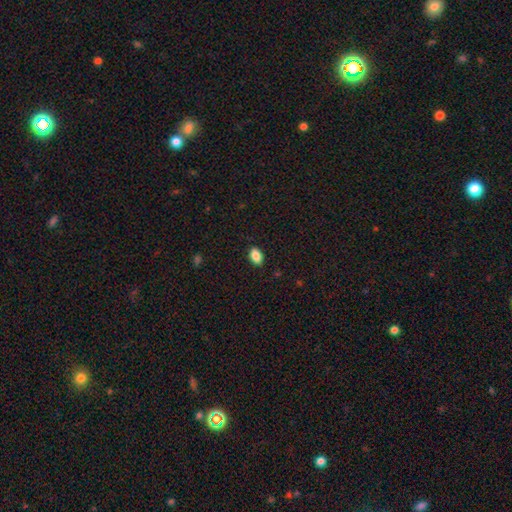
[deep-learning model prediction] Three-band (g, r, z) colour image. It shows a smooth galaxy with no disk features (86%) that is in between round and cigar-shaped (90%). Merging: none (87%).